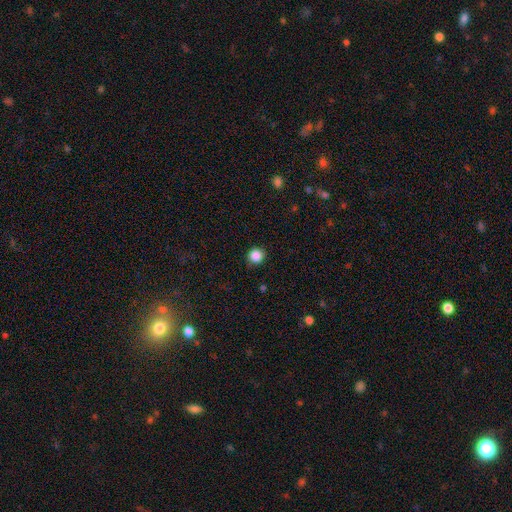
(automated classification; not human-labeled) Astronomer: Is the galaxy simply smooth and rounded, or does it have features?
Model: smooth — 87%.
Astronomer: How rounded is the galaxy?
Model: round — 93%.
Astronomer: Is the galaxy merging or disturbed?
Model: none — 89%.